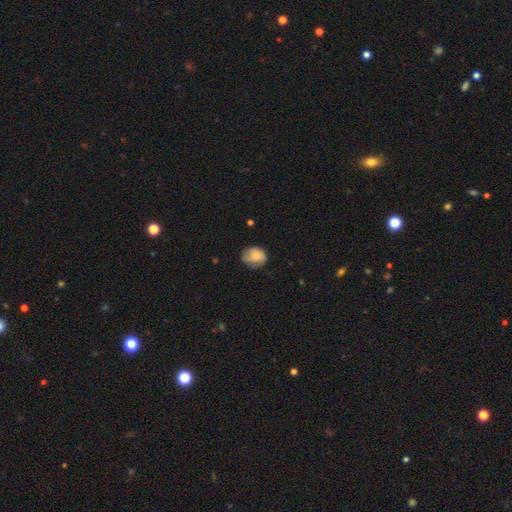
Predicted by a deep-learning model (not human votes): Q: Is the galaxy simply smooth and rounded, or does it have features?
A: smooth — 76%.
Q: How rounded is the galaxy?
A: round — 54%.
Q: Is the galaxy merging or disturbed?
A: none — 65%.